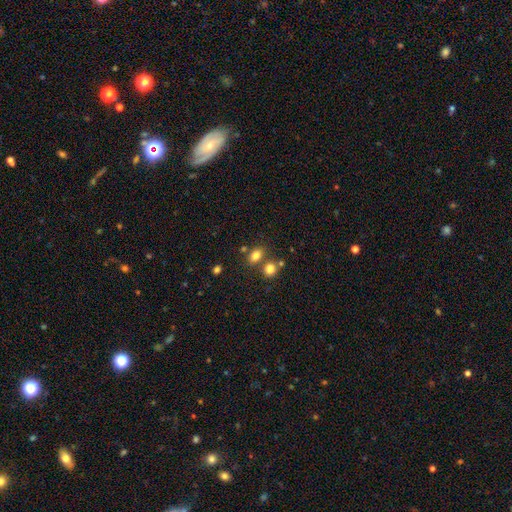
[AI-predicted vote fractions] Q: Smooth or featured?
A: smooth (81%); runner-up: star or artifact (12%)
Q: How rounded?
A: in between (70%); runner-up: round (28%)
Q: Merging?
A: none (65%); runner-up: merger (21%)